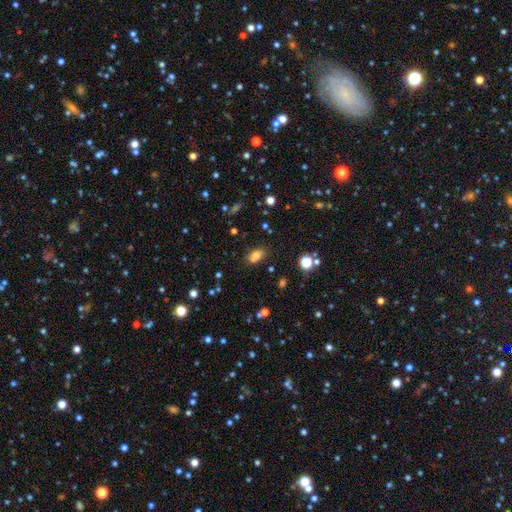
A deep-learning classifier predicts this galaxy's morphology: Smooth or featured?
  - smooth: 77% *
  - star or artifact: 14%
  - featured or disk: 8%
How rounded?
  - in between: 86% *
  - round: 11%
  - cigar-shaped: 3%
Merging?
  - none: 76% *
  - minor disturbance: 14%
  - merger: 6%
  - major disturbance: 4%